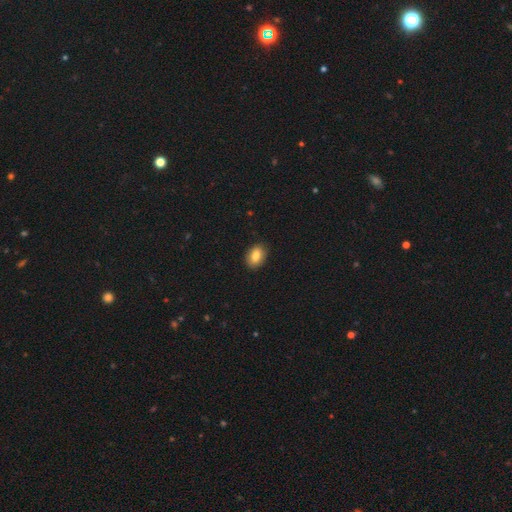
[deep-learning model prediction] Smooth or featured: smooth — 83% (featured or disk — 9%)
How rounded: in between — 83% (round — 15%)
Merging: none — 89% (minor disturbance — 9%)